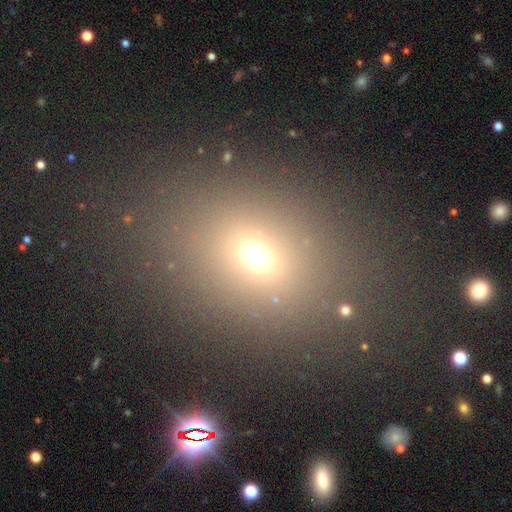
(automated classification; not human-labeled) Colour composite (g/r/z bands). It shows a smooth galaxy with no disk features (58%) that is in between round and cigar-shaped (64%). Merging: none (86%).